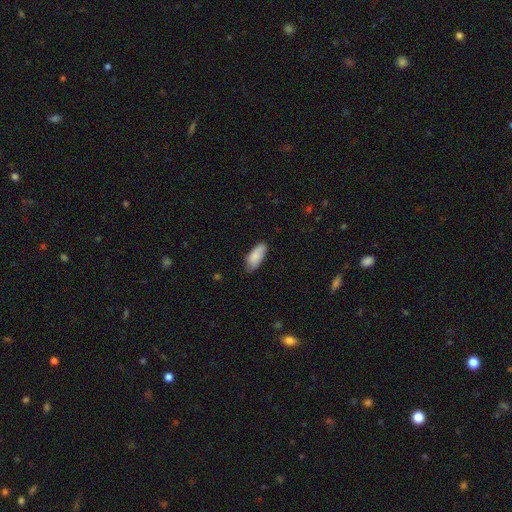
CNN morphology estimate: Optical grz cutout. It shows a smooth galaxy with no disk features (85%) that is in between round and cigar-shaped (87%). Merging: none (72%).